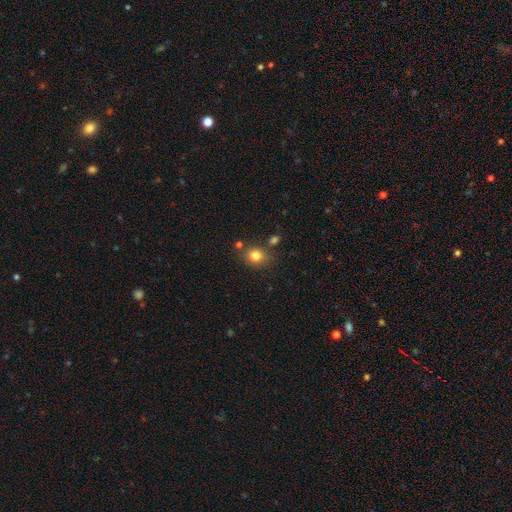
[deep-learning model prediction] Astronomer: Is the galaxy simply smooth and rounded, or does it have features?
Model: smooth — 80%.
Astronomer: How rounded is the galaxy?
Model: round — 66%.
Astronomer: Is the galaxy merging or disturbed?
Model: none — 75%.